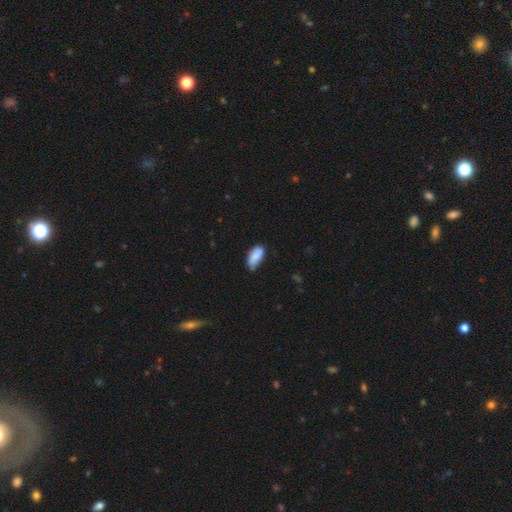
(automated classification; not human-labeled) This appears to be a smooth galaxy with no disk features (82%) that is in between round and cigar-shaped (90%). Merging: none (61%).